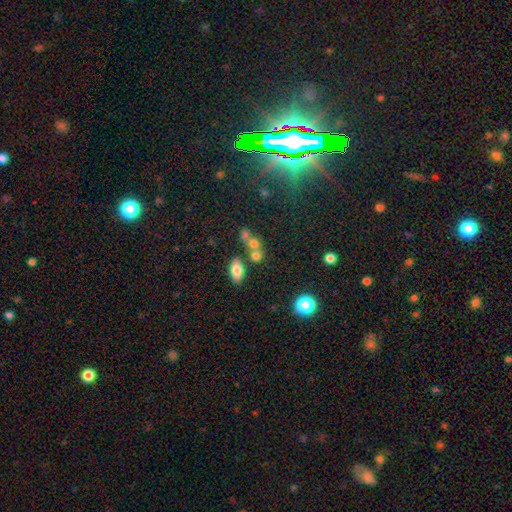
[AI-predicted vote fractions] Smooth or featured: smooth — 72% (star or artifact — 15%)
How rounded: round — 56% (in between — 41%)
Merging: none — 44% (merger — 42%)